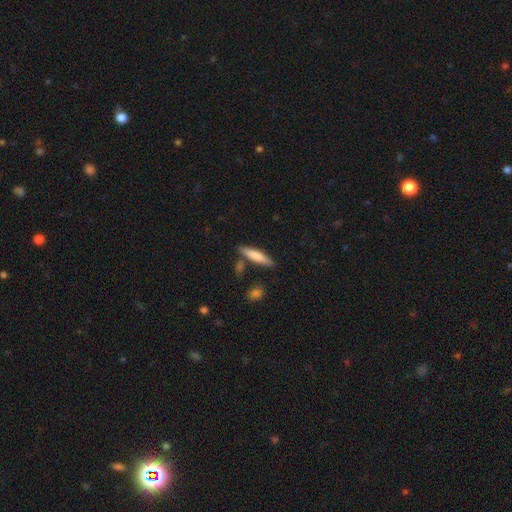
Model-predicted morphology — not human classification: Smooth or featured? Predicted: smooth (p=0.73). How rounded? Predicted: cigar-shaped (p=0.84). Merging? Predicted: none (p=0.78).